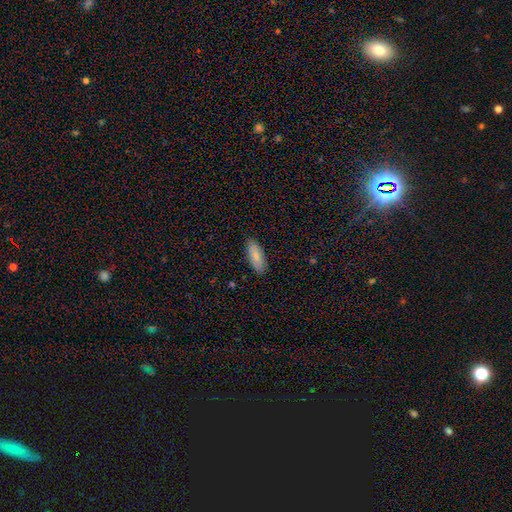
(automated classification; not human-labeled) Overall: smooth (81%). How rounded: in between (75%). Merging: none (88%).